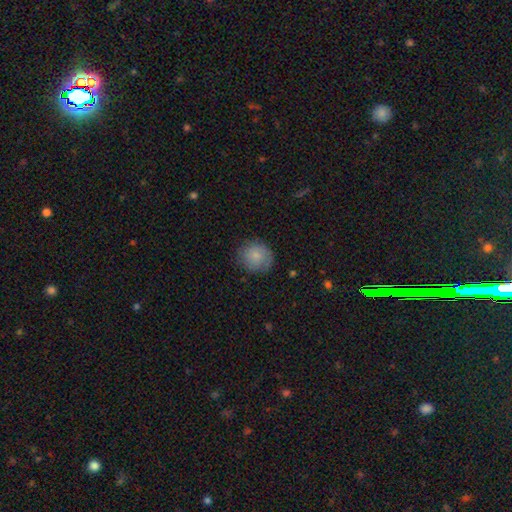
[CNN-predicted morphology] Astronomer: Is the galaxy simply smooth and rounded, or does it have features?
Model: smooth — 83%.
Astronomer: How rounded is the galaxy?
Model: round — 87%.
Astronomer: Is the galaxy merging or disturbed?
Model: none — 80%.